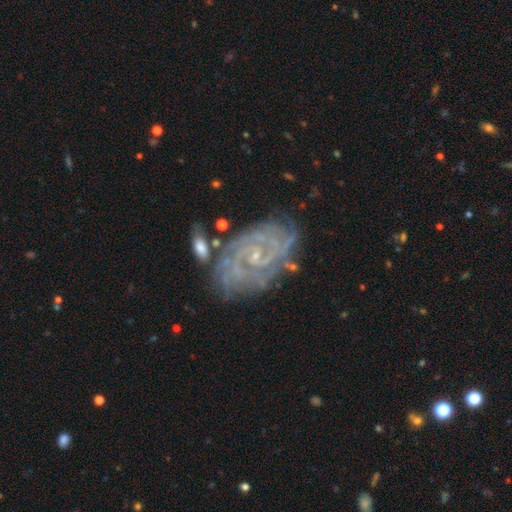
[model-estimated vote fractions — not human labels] smooth_or_featured: featured or disk (p=0.84) [alt: star or artifact p=0.09]
disk_edge_on: no (p=0.96) [alt: yes p=0.04]
bar: no (p=0.63) [alt: weak p=0.29]
has_spiral_arms: yes (p=0.94) [alt: no p=0.06]
spiral_winding: tight (p=0.72) [alt: medium p=0.22]
spiral_arm_count: can't tell (p=0.35) [alt: 2 p=0.18]
bulge_size: small (p=0.81) [alt: moderate p=0.13]
merging: none (p=0.71) [alt: minor disturbance p=0.16]